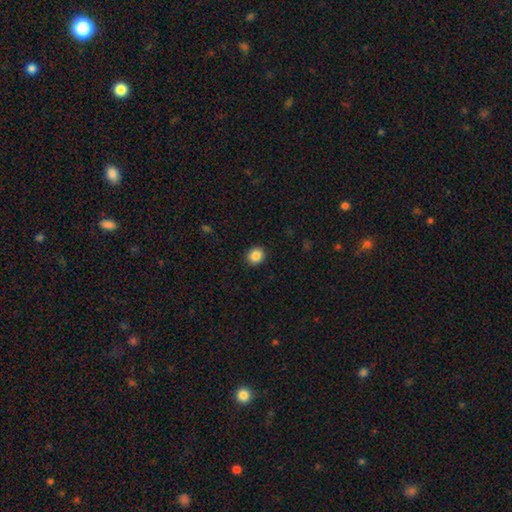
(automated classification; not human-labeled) A smooth galaxy with no disk features (87%) that is round (77%).

Vote fractions:
- Smooth or featured? smooth: 87% / star or artifact: 9% / featured or disk: 4%
- How rounded? round: 77% / in between: 23% / cigar-shaped: 1%
- Merging? none: 92% / minor disturbance: 6% / major disturbance: 2% / merger: 1%